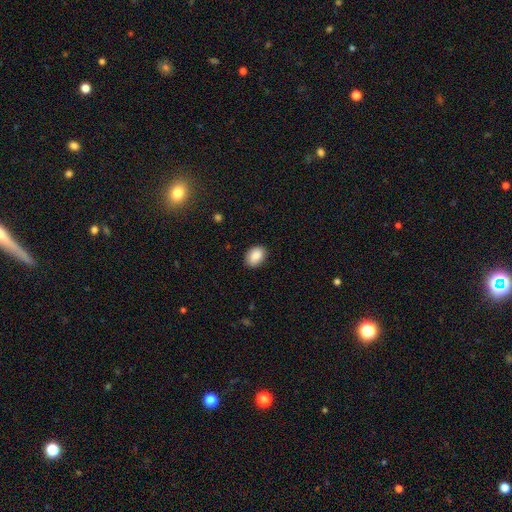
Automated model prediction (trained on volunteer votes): Overall: smooth (88%). How rounded: in between (80%). Merging: none (86%).